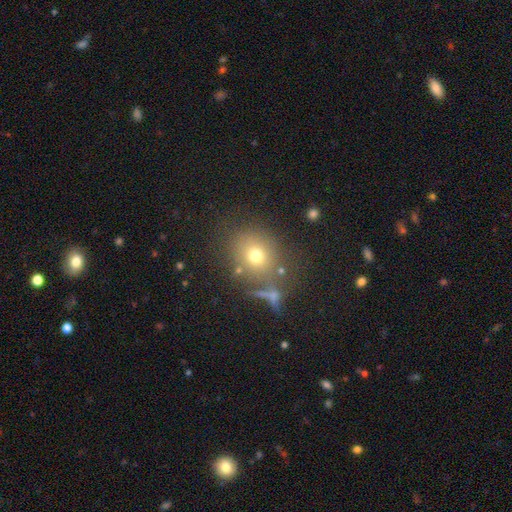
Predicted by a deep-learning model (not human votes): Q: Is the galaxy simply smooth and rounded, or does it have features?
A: smooth — 70%.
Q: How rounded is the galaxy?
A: round — 73%.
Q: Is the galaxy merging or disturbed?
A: none — 70%.